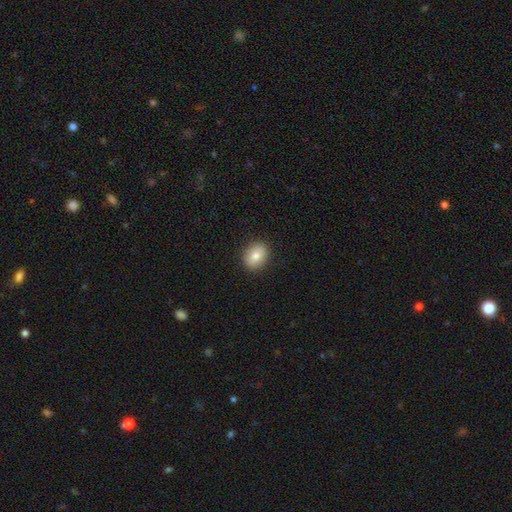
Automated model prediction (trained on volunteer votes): Overall: smooth (81%). How rounded: in between (53%; round 45%). Merging: none (90%).